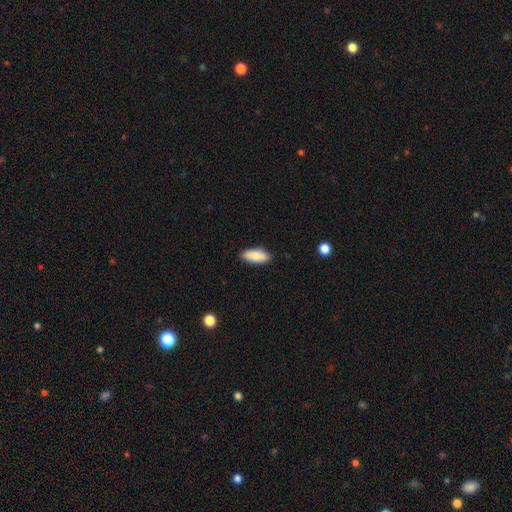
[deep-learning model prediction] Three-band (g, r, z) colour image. It shows a smooth galaxy with no disk features (86%) that is in between round and cigar-shaped (81%). Merging: none (88%).